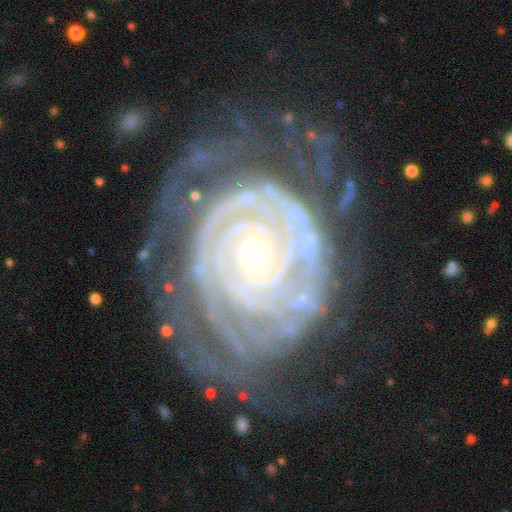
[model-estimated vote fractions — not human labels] Morphology: type=featured or disk (89%); edge-on=no (97%); bar=no (78%); spiral arms=yes (95%); winding=tight (84%); arm count=can't tell (32%); bulge=small (81%); merging=none (57%).